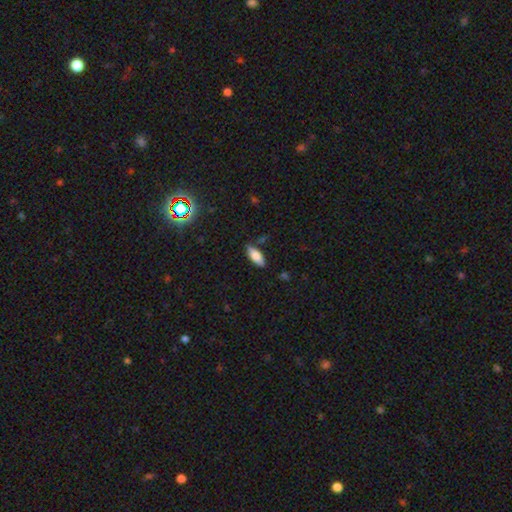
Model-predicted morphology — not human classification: A smooth galaxy with no disk features (78%) that is in between round and cigar-shaped (75%).

Vote fractions:
- Smooth or featured? smooth: 78% / featured or disk: 15% / star or artifact: 7%
- How rounded? in between: 75% / cigar-shaped: 23% / round: 2%
- Merging? none: 83% / minor disturbance: 12% / merger: 3% / major disturbance: 2%